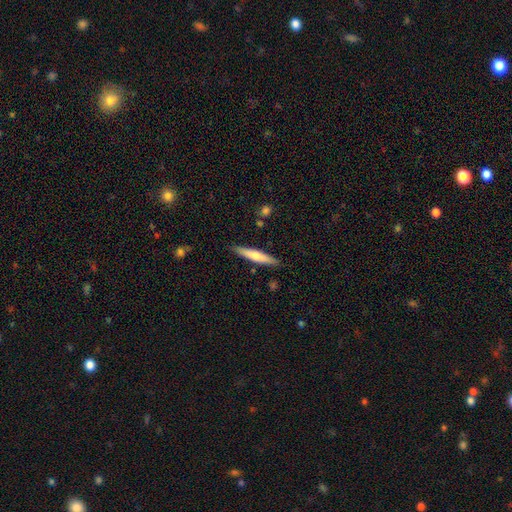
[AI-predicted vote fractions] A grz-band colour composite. It shows a smooth galaxy with no disk features (60%) that is cigar-shaped (90%). Merging: none (87%).